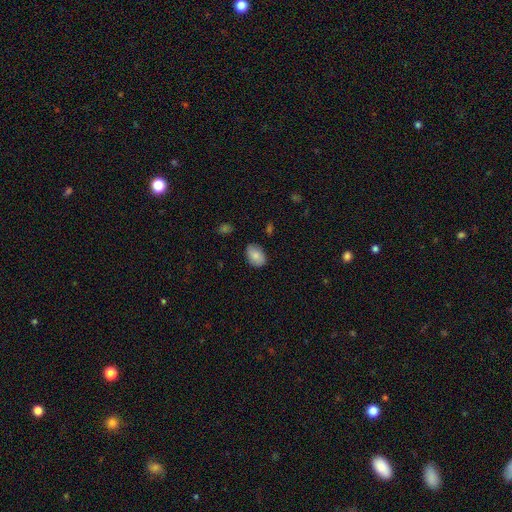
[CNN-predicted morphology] Overall: smooth (84%). How rounded: in between (85%). Merging: none (79%).